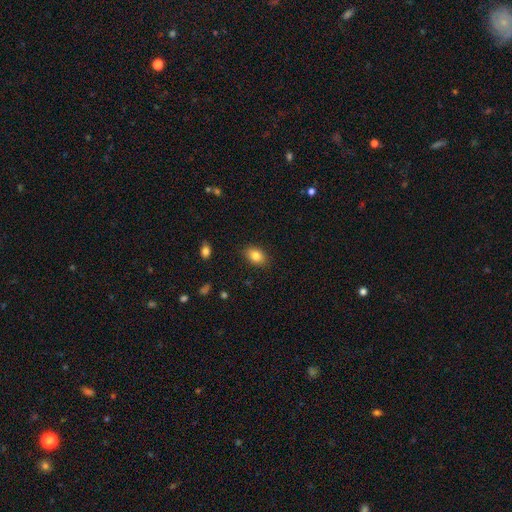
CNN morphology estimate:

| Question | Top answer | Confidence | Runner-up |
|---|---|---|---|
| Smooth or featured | smooth | 83% | star or artifact (9%) |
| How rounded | in between | 80% | round (19%) |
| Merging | none | 86% | minor disturbance (11%) |